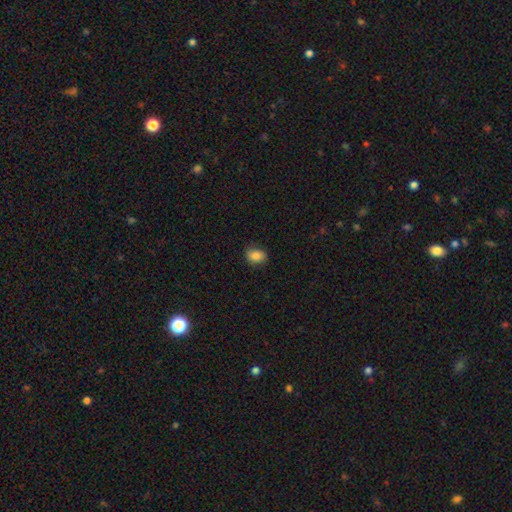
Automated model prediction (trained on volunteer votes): A smooth galaxy with no disk features (84%) that is in between round and cigar-shaped (60%).

Vote fractions:
- Smooth or featured? smooth: 84% / star or artifact: 9% / featured or disk: 7%
- How rounded? in between: 60% / round: 39% / cigar-shaped: 1%
- Merging? none: 82% / minor disturbance: 14% / major disturbance: 3% / merger: 1%